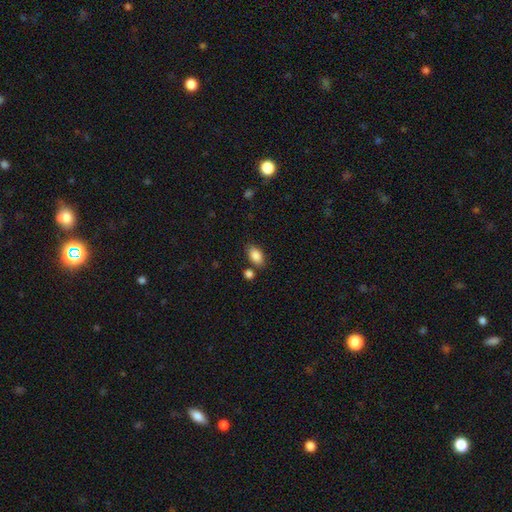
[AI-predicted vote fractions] Q: Smooth or featured?
A: smooth (87%); runner-up: star or artifact (8%)
Q: How rounded?
A: in between (90%); runner-up: round (8%)
Q: Merging?
A: none (76%); runner-up: minor disturbance (12%)